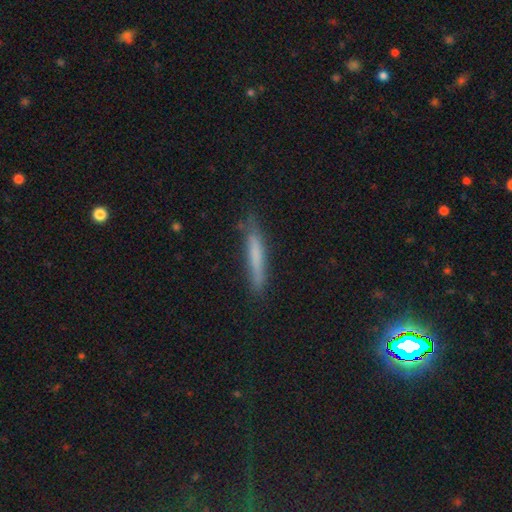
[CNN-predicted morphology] smooth 65%, featured or disk 28%, star or artifact 8%. Down the decision tree: how rounded — cigar-shaped (93%); merging — none (78%).